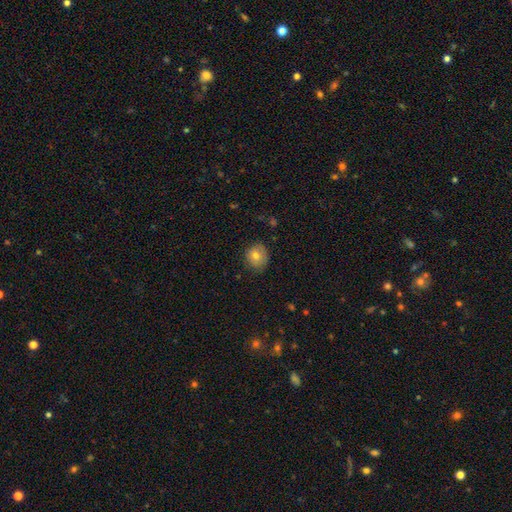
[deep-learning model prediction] Smooth or featured? Predicted: smooth (p=0.74). How rounded? Predicted: round (p=0.81). Merging? Predicted: none (p=0.76).